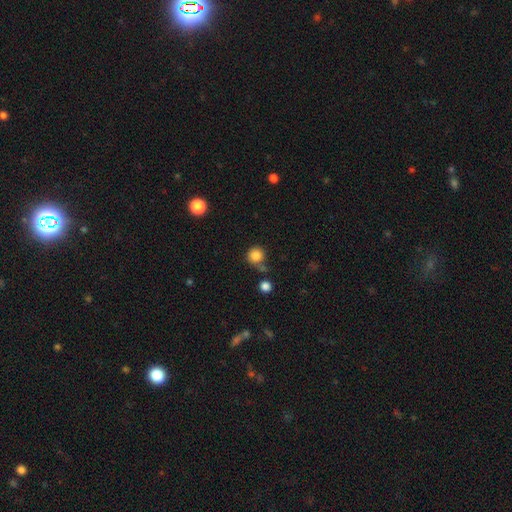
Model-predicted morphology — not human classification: This appears to be a smooth galaxy with no disk features (84%) that is round (93%). Merging: none (69%).